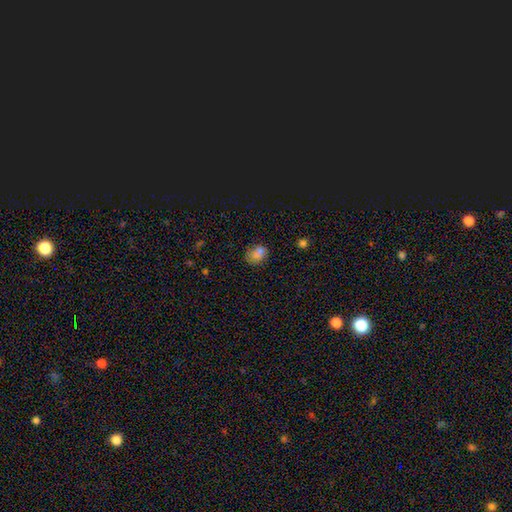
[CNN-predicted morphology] smooth_or_featured: smooth (p=0.77) [alt: star or artifact p=0.16]
how_rounded: in between (p=0.65) [alt: round p=0.33]
merging: none (p=0.64) [alt: minor disturbance p=0.24]